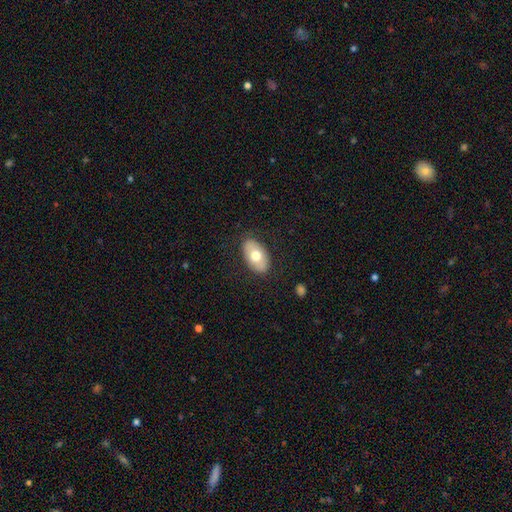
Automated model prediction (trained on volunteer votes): Smooth or featured? Predicted: smooth (p=0.67). How rounded? Predicted: in between (p=0.93). Merging? Predicted: none (p=0.84).